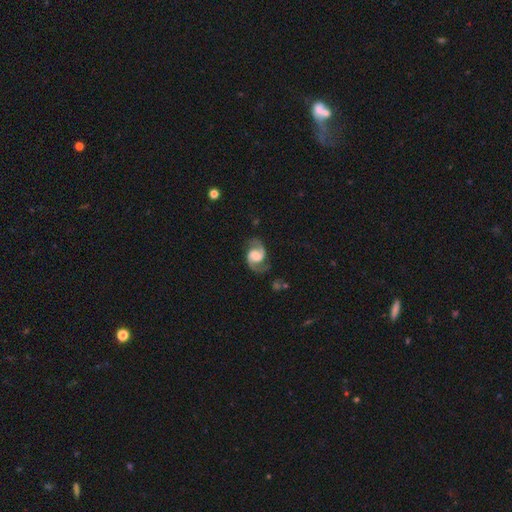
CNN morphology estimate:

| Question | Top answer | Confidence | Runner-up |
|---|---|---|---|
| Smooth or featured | featured or disk | 89% | smooth (7%) |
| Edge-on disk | no | 98% | yes (2%) |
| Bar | weak | 46% | no (40%) |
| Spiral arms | yes | 97% | no (3%) |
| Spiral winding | medium | 57% | loose (27%) |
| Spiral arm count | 2 | 93% | 1 (2%) |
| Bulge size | moderate | 38% | small (22%) |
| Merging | none | 75% | minor disturbance (16%) |